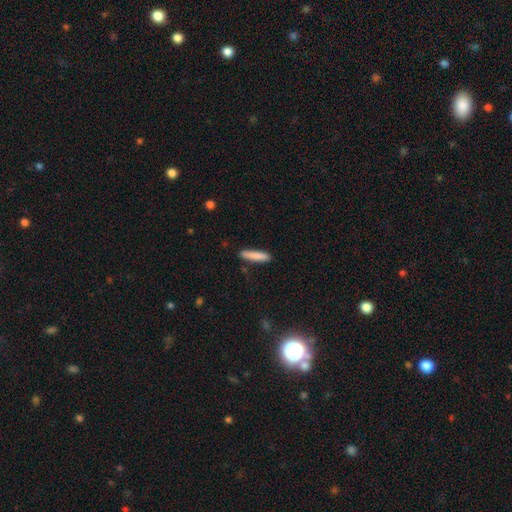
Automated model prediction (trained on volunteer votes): A smooth galaxy with no disk features (85%) that is cigar-shaped (87%). Merging: none (88%).